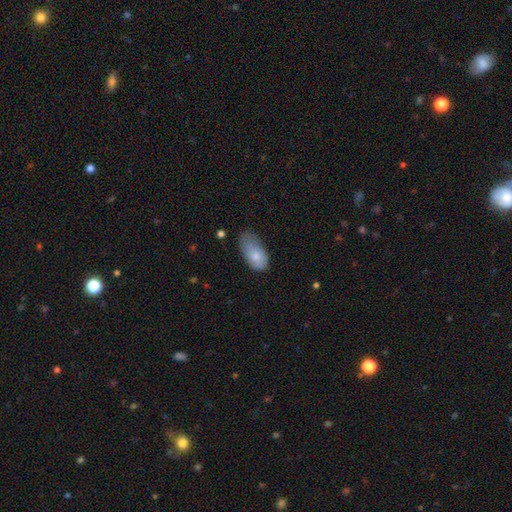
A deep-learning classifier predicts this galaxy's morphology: smooth 76%, featured or disk 17%, star or artifact 6%. Down the decision tree: how rounded — in between (93%); merging — minor disturbance (45%).